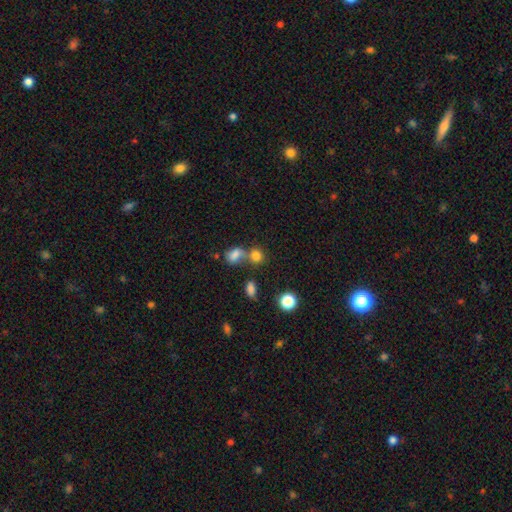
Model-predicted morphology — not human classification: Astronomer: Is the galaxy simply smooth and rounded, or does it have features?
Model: smooth — 79%.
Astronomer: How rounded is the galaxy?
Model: round — 71%.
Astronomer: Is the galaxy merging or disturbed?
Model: none — 48% (runner-up: merger, 39%).